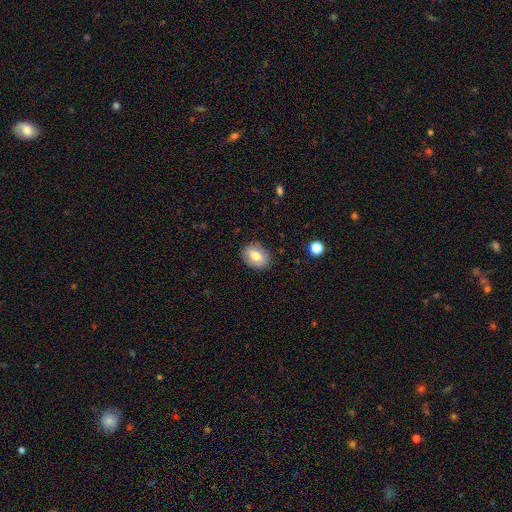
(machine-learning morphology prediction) Smooth or featured? smooth (78%)
How rounded? in between (68%)
Merging? none (85%)